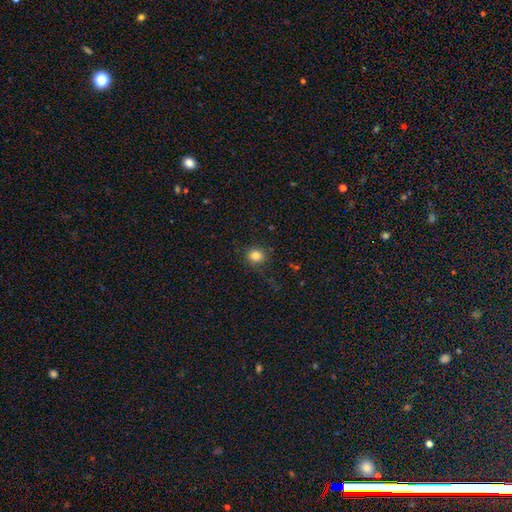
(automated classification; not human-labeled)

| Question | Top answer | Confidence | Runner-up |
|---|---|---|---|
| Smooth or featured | smooth | 83% | star or artifact (12%) |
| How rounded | round | 82% | in between (17%) |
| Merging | none | 84% | minor disturbance (11%) |